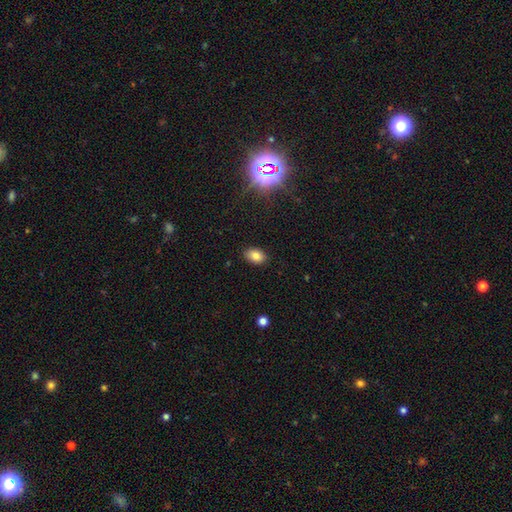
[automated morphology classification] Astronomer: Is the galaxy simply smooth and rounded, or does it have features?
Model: smooth — 82%.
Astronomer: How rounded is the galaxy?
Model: in between — 85%.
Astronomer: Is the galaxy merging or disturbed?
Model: none — 87%.